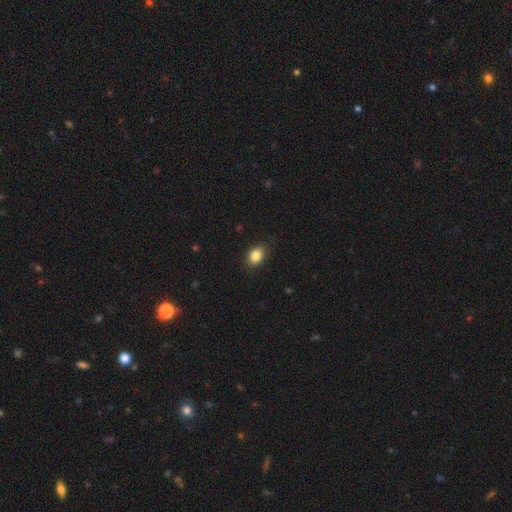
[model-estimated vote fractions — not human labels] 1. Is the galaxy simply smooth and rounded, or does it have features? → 85% smooth, 9% star or artifact, 6% featured or disk.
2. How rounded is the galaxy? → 73% in between, 25% round, 1% cigar-shaped.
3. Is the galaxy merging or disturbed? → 86% none, 11% minor disturbance, 2% major disturbance, 1% merger.